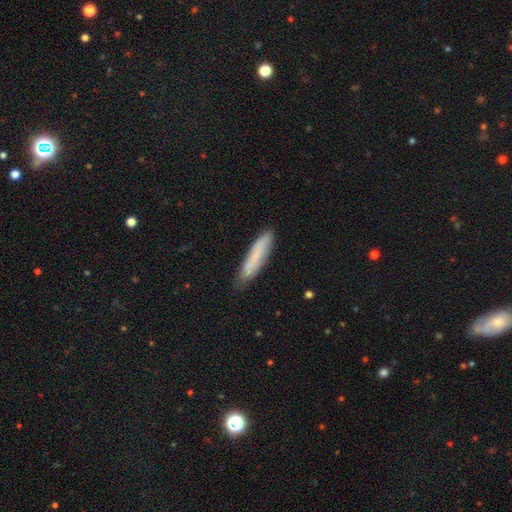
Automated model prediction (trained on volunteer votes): Overall: smooth (70%). How rounded: cigar-shaped (84%). Merging: none (80%).